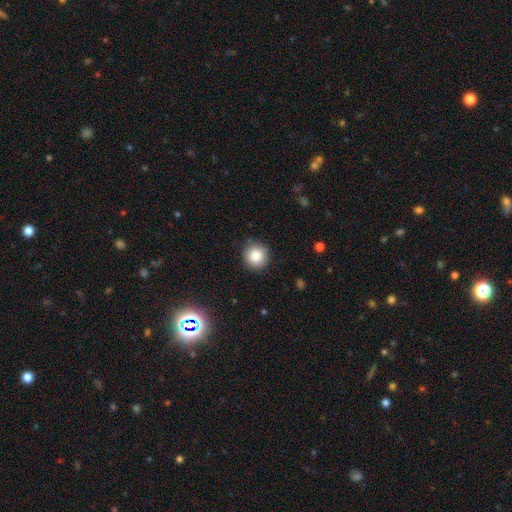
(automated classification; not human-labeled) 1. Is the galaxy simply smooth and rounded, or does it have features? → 84% smooth, 10% star or artifact, 6% featured or disk.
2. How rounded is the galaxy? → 92% round, 7% in between, 1% cigar-shaped.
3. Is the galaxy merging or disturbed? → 88% none, 8% minor disturbance, 2% major disturbance, 1% merger.